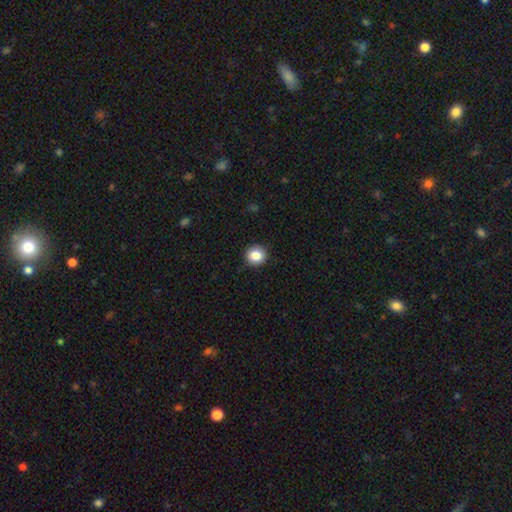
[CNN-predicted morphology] Smooth or featured? Predicted: smooth (p=0.85). How rounded? Predicted: round (p=0.83). Merging? Predicted: none (p=0.89).